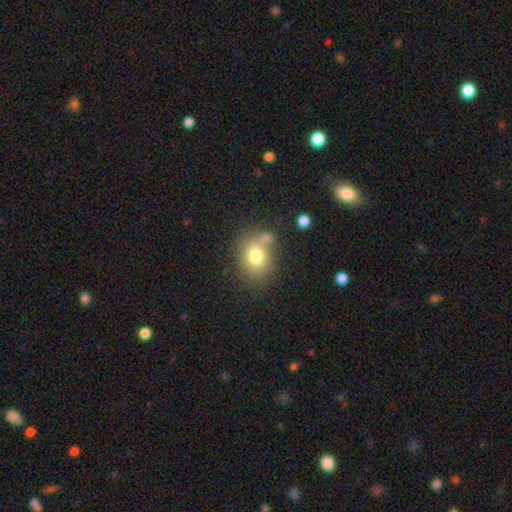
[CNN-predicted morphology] Smooth or featured? Predicted: smooth (p=0.75). How rounded? Predicted: round (p=0.58). Merging? Predicted: none (p=0.58).